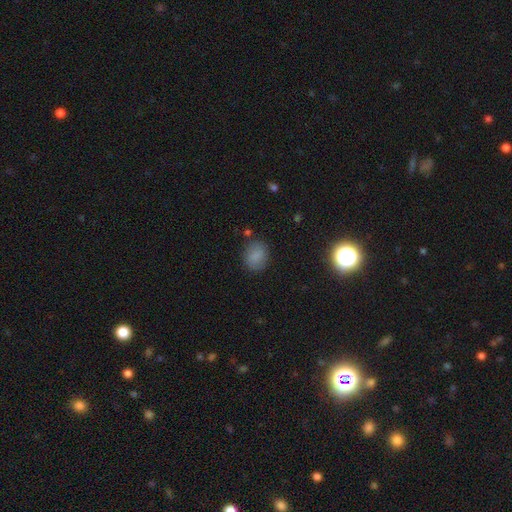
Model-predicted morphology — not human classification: Smooth or featured?
  - smooth: 81% *
  - star or artifact: 11%
  - featured or disk: 8%
How rounded?
  - round: 51% *
  - in between: 48%
  - cigar-shaped: 1%
Merging?
  - none: 80% *
  - minor disturbance: 14%
  - major disturbance: 4%
  - merger: 3%